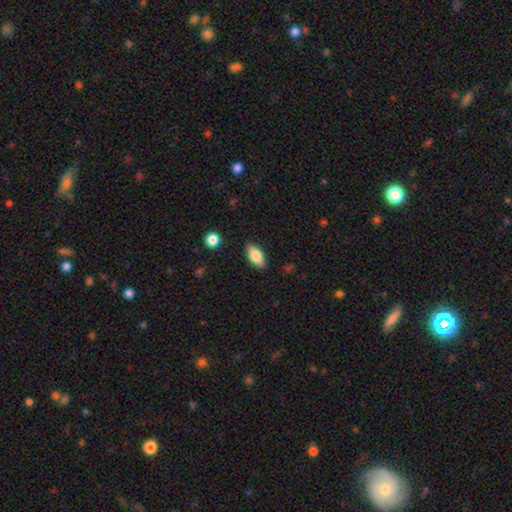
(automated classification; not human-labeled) Morphology: type=smooth (83%); roundness=in between (90%); merging=none (86%).